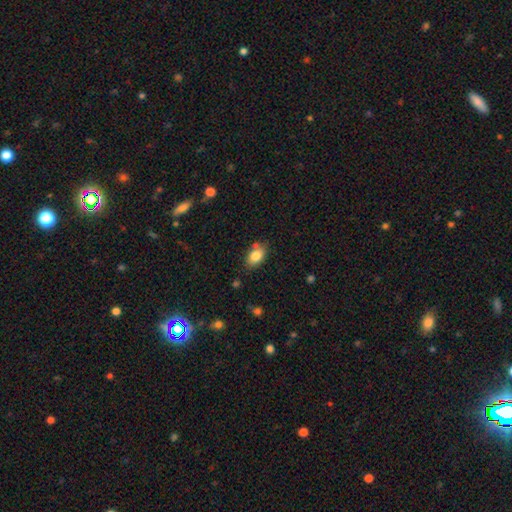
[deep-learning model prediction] smooth 82%, featured or disk 9%, star or artifact 8%. Down the decision tree: how rounded — in between (85%); merging — none (72%).